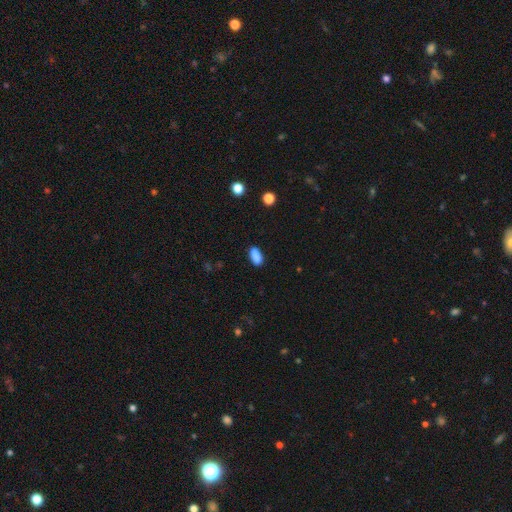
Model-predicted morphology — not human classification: type=smooth (87%); roundness=in between (84%); merging=none (81%).